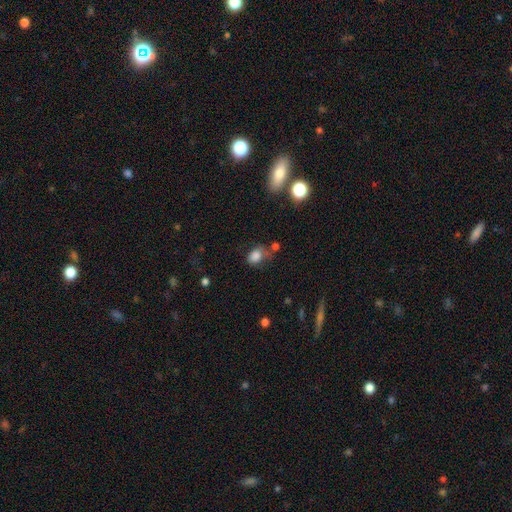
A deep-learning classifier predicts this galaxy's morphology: A smooth galaxy with no disk features (82%) that is in between round and cigar-shaped (72%).

Vote fractions:
- Smooth or featured? smooth: 82% / star or artifact: 11% / featured or disk: 7%
- How rounded? in between: 72% / round: 27% / cigar-shaped: 1%
- Merging? none: 50% / minor disturbance: 27% / major disturbance: 12% / merger: 11%